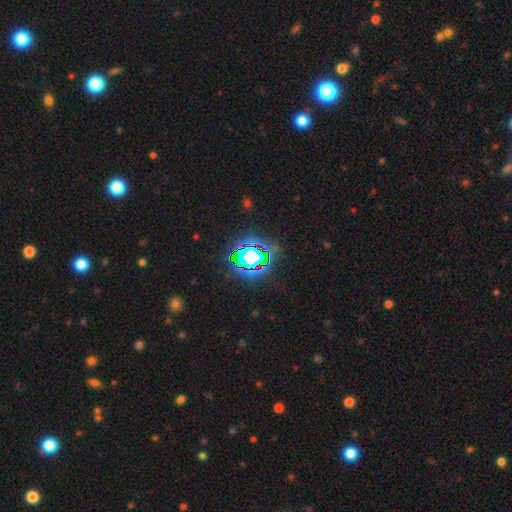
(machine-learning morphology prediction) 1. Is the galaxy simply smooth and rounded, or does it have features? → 77% star or artifact, 14% smooth, 9% featured or disk.